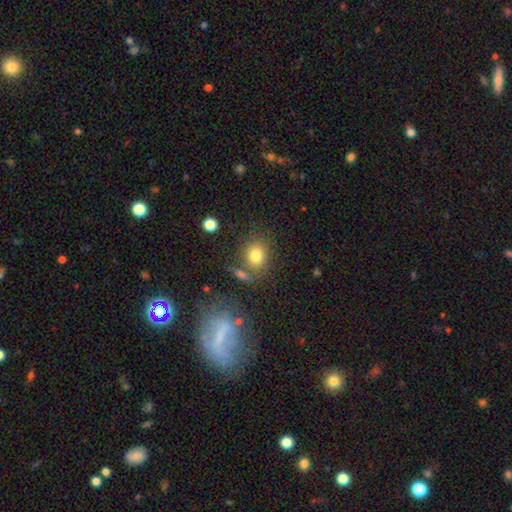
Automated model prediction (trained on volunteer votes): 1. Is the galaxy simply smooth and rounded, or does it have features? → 79% smooth, 11% star or artifact, 10% featured or disk.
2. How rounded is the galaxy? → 57% round, 42% in between, 1% cigar-shaped.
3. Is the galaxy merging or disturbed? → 66% none, 15% merger, 13% minor disturbance, 6% major disturbance.